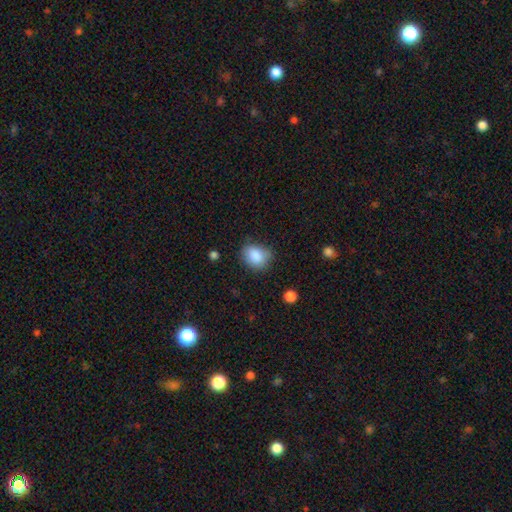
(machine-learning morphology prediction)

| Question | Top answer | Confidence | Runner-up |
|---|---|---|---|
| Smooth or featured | smooth | 87% | star or artifact (8%) |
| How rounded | in between | 53% | round (46%) |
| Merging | none | 73% | minor disturbance (20%) |